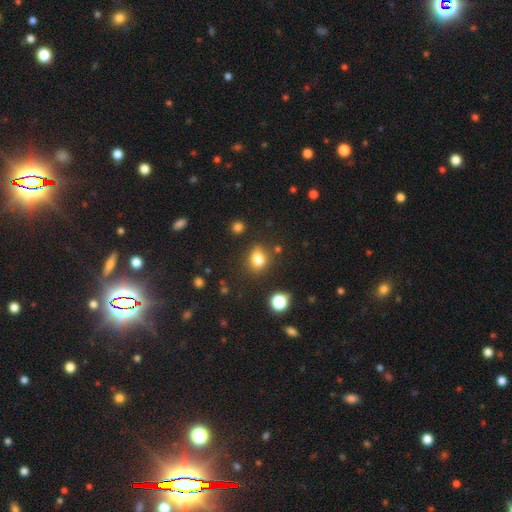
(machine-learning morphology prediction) A smooth galaxy with no disk features (79%) that is round (52%). Merging: none (76%).